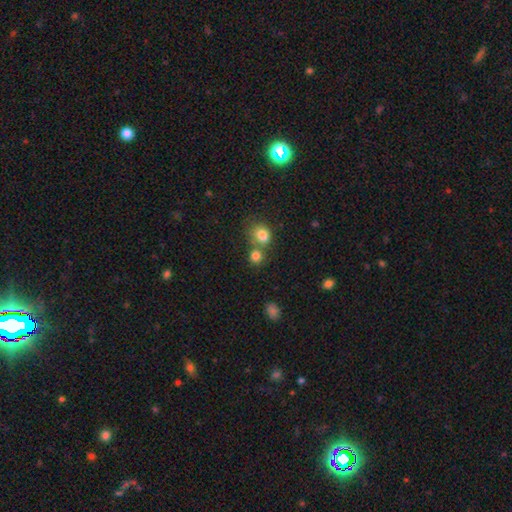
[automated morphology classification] This appears to be a smooth galaxy with no disk features (80%) that is round (78%). Merging: none (52%).